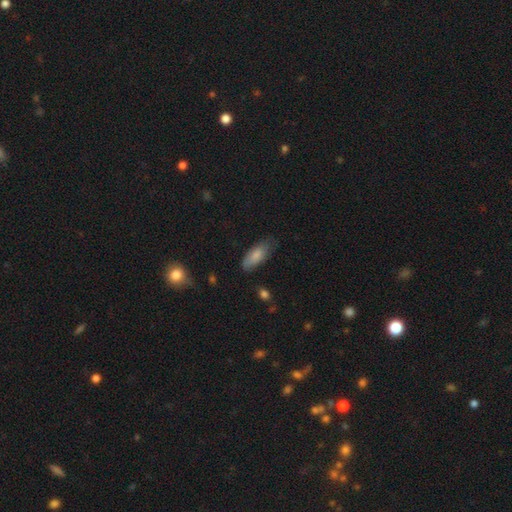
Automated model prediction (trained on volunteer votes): smooth-or-featured: smooth: 82% | featured or disk: 12% | star or artifact: 6%
  how-rounded: in between: 82% | cigar-shaped: 16% | round: 2%
  merging: none: 66% | minor disturbance: 27% | major disturbance: 6% | merger: 2%